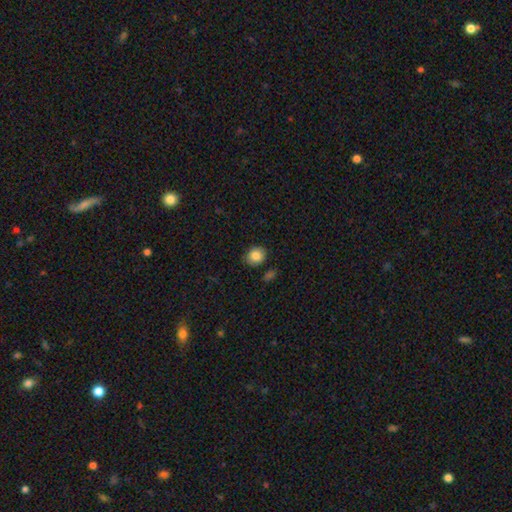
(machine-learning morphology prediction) A smooth galaxy with no disk features (85%) that is round (72%).

Vote fractions:
- Smooth or featured? smooth: 85% / star or artifact: 9% / featured or disk: 6%
- How rounded? round: 72% / in between: 27% / cigar-shaped: 1%
- Merging? none: 80% / minor disturbance: 14% / merger: 3% / major disturbance: 3%